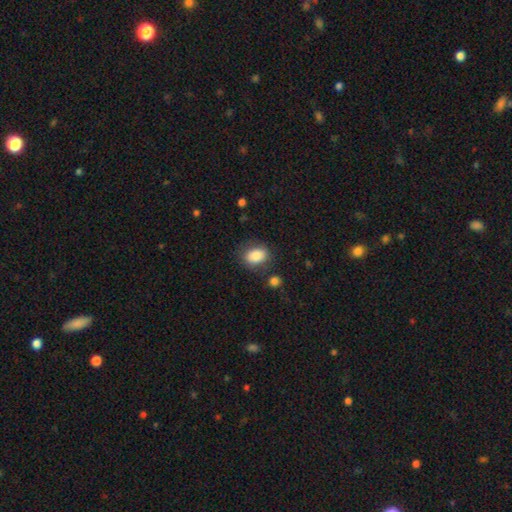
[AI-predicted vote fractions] The model was most divided on "how rounded": in between: 73%, round: 25%, cigar-shaped: 1%. More confident: smooth or featured — smooth (86%); merging — none (76%).